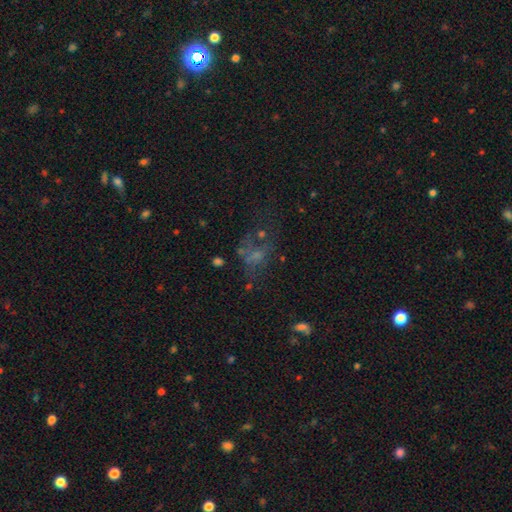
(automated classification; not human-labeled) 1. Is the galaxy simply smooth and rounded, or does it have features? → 39% featured or disk, 36% smooth, 26% star or artifact.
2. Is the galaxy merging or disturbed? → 38% major disturbance, 34% none, 17% minor disturbance, 11% merger.